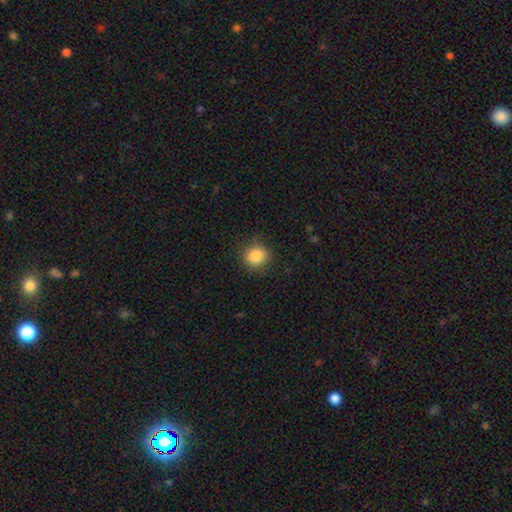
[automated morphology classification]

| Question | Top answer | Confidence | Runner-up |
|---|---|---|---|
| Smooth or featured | smooth | 86% | star or artifact (10%) |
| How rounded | round | 82% | in between (17%) |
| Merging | none | 85% | minor disturbance (11%) |